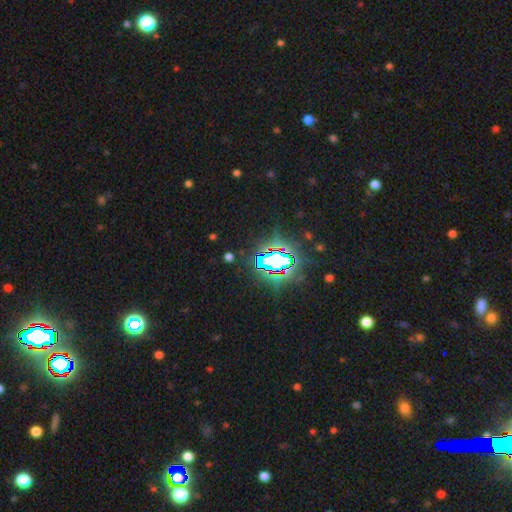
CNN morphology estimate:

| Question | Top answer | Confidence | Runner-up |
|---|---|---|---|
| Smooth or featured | star or artifact | 85% | smooth (9%) |